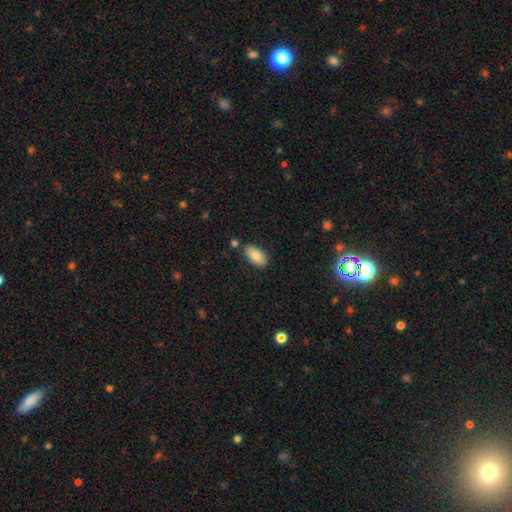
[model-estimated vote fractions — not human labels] The model was most divided on "merging": none: 83%, minor disturbance: 11%, merger: 4%, major disturbance: 2%. More confident: how rounded — in between (94%); smooth or featured — smooth (85%).